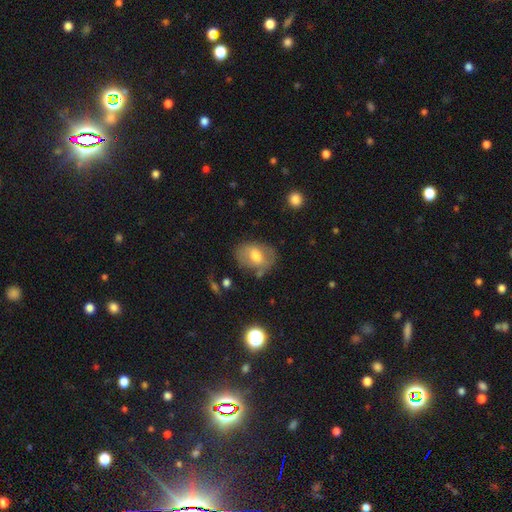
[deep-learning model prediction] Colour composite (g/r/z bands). It shows a smooth galaxy with no disk features (56%) that is in between round and cigar-shaped (66%). Merging: none (63%).